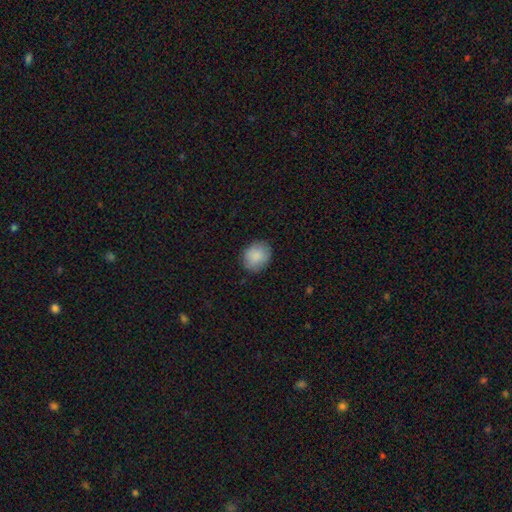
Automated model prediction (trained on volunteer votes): Q: Smooth or featured?
A: smooth (88%); runner-up: star or artifact (7%)
Q: How rounded?
A: round (63%); runner-up: in between (36%)
Q: Merging?
A: none (84%); runner-up: minor disturbance (12%)